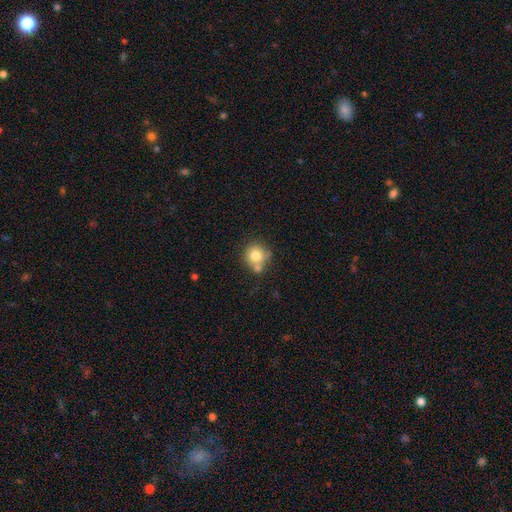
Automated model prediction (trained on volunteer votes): Q: Smooth or featured?
A: smooth (76%); runner-up: featured or disk (13%)
Q: How rounded?
A: round (89%); runner-up: in between (10%)
Q: Merging?
A: none (53%); runner-up: merger (29%)